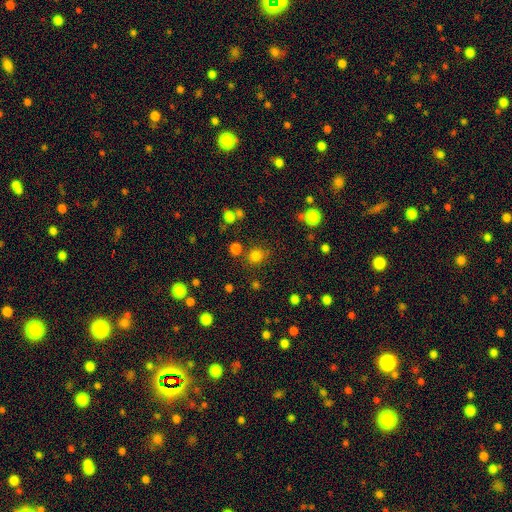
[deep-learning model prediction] A smooth galaxy with no disk features (79%) that is round (85%).

Vote fractions:
- Smooth or featured? smooth: 79% / star or artifact: 16% / featured or disk: 5%
- How rounded? round: 85% / in between: 14% / cigar-shaped: 1%
- Merging? none: 79% / minor disturbance: 10% / merger: 7% / major disturbance: 4%